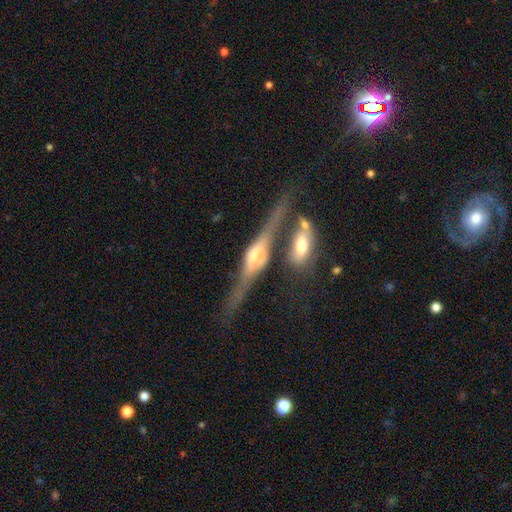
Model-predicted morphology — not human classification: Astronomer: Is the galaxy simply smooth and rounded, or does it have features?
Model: featured or disk — 84%.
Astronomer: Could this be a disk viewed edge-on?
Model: yes — 95%.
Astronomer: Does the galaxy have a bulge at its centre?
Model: rounded — 86%.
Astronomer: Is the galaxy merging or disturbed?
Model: none — 60%.